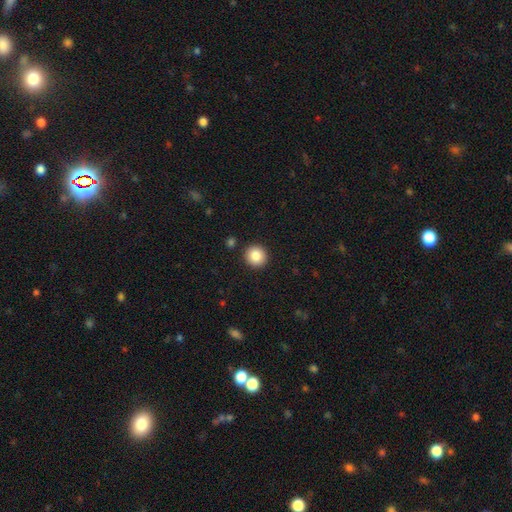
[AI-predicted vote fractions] The model was most divided on "smooth or featured": smooth: 85%, star or artifact: 9%, featured or disk: 6%. More confident: how rounded — round (94%); merging — none (91%).